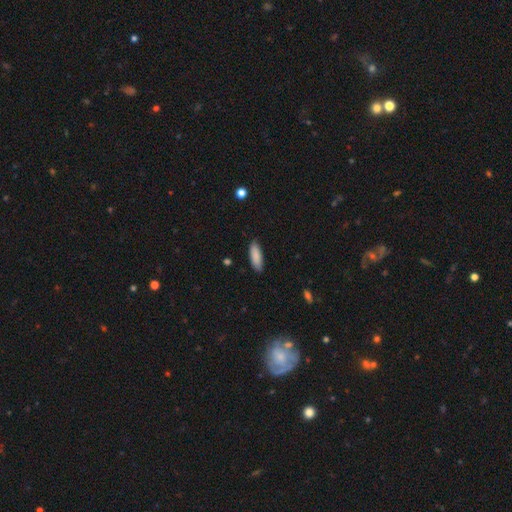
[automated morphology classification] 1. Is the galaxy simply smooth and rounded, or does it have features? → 88% smooth, 6% featured or disk, 6% star or artifact.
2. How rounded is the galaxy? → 60% in between, 38% cigar-shaped, 2% round.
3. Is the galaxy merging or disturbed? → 86% none, 11% minor disturbance, 2% major disturbance, 1% merger.